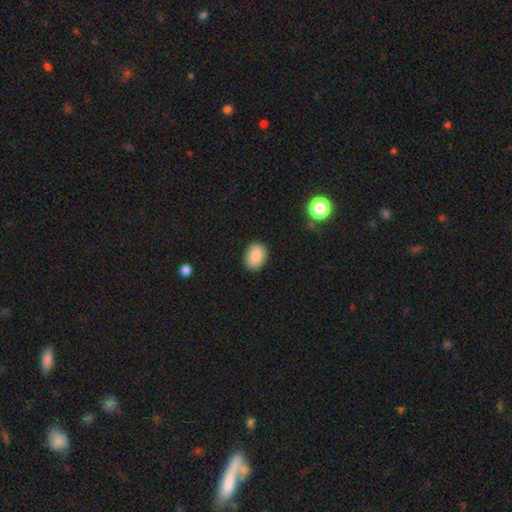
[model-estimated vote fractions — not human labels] Morphology: type=smooth (86%); roundness=in between (54%); merging=none (88%).